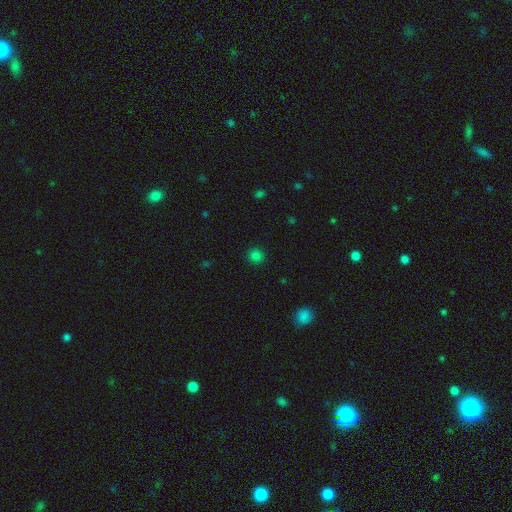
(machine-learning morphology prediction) This is clearly a smooth galaxy (80%). How rounded: clearly round (89%). Merging: clearly none (91%).